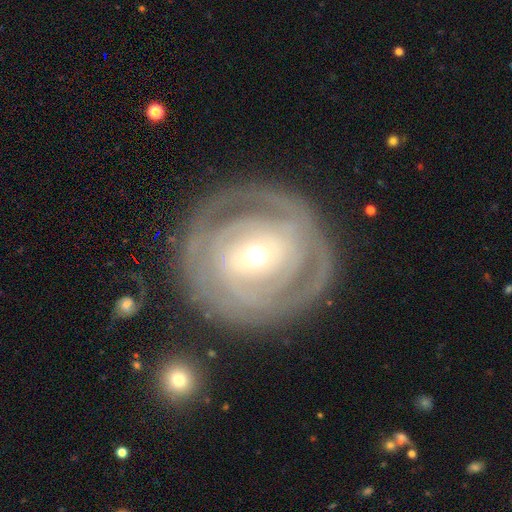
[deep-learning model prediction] Q: Smooth or featured?
A: featured or disk (77%); runner-up: smooth (18%)
Q: Edge-on disk?
A: no (96%); runner-up: yes (4%)
Q: Bar?
A: no (56%); runner-up: weak (28%)
Q: Spiral arms?
A: yes (66%); runner-up: no (34%)
Q: Bulge size?
A: small (50%); runner-up: moderate (45%)
Q: Merging?
A: none (78%); runner-up: minor disturbance (13%)